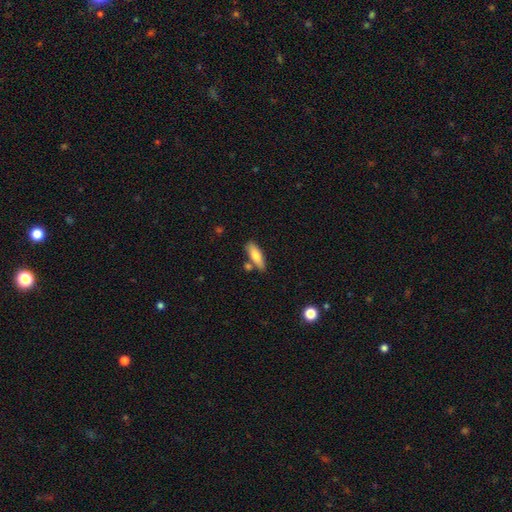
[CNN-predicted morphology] This is likely a smooth galaxy (76%). How rounded: possibly in between (53%). Merging: likely none (72%).